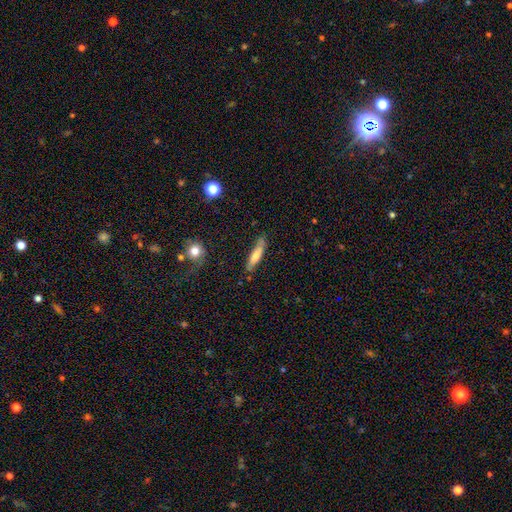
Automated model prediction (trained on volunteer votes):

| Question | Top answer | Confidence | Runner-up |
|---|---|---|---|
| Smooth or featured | smooth | 64% | featured or disk (29%) |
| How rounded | cigar-shaped | 79% | in between (19%) |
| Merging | none | 76% | minor disturbance (18%) |